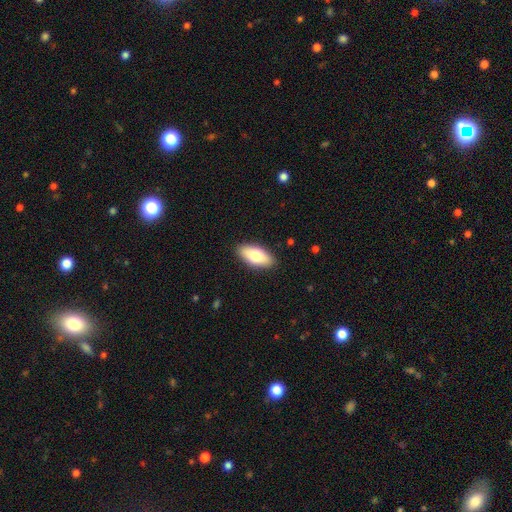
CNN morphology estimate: smooth_or_featured: smooth (p=0.75) [alt: featured or disk p=0.19]
how_rounded: in between (p=0.89) [alt: cigar-shaped p=0.09]
merging: none (p=0.89) [alt: minor disturbance p=0.08]